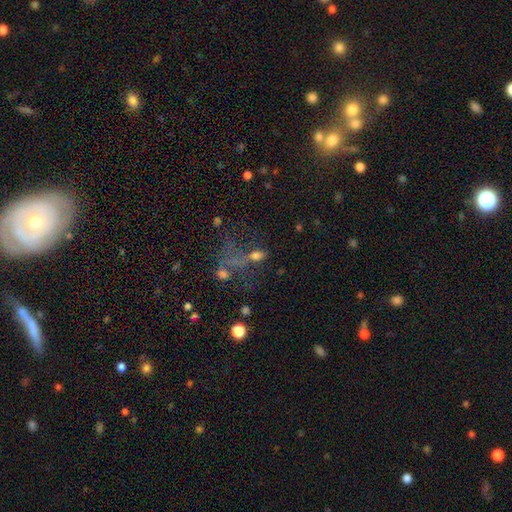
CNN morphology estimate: Smooth or featured? smooth (58%)
How rounded? in between (69%)
Merging? none (33%)